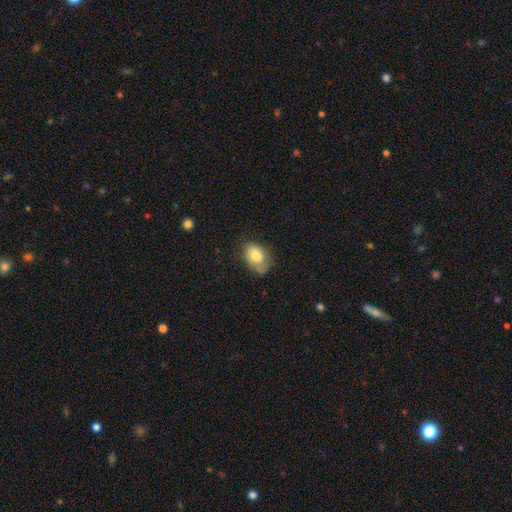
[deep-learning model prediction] Overall: smooth (76%). How rounded: in between (83%). Merging: none (59%; minor disturbance 30%).